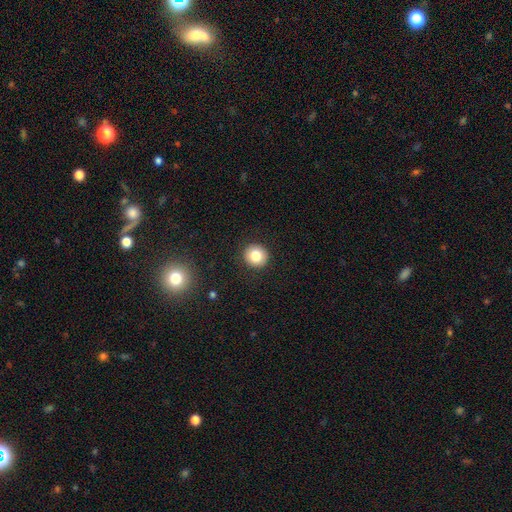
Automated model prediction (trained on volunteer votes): Smooth or featured: smooth — 81% (star or artifact — 10%)
How rounded: round — 92% (in between — 7%)
Merging: none — 92% (minor disturbance — 5%)